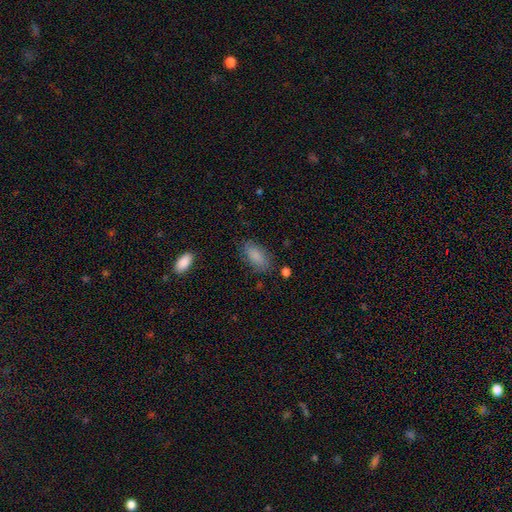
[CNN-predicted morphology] smooth 84%, featured or disk 9%, star or artifact 7%. Down the decision tree: how rounded — in between (90%); merging — none (78%).